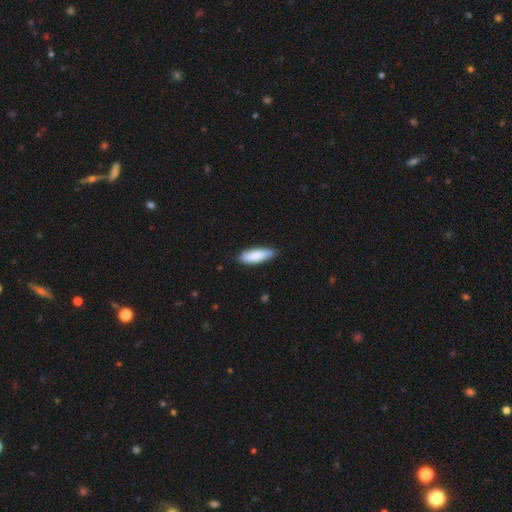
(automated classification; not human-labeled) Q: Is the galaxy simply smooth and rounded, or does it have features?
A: smooth — 87%.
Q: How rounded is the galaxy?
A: in between — 55%.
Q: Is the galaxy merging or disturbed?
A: none — 80%.